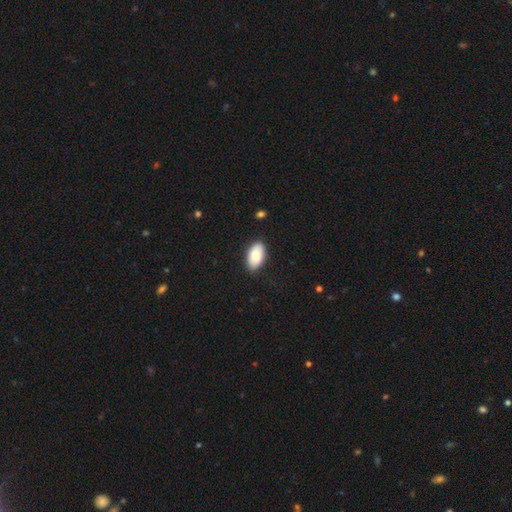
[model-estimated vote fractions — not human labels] Smooth or featured?
  - smooth: 75% *
  - featured or disk: 19%
  - star or artifact: 6%
How rounded?
  - in between: 94% *
  - round: 4%
  - cigar-shaped: 2%
Merging?
  - none: 87% *
  - minor disturbance: 10%
  - major disturbance: 2%
  - merger: 1%